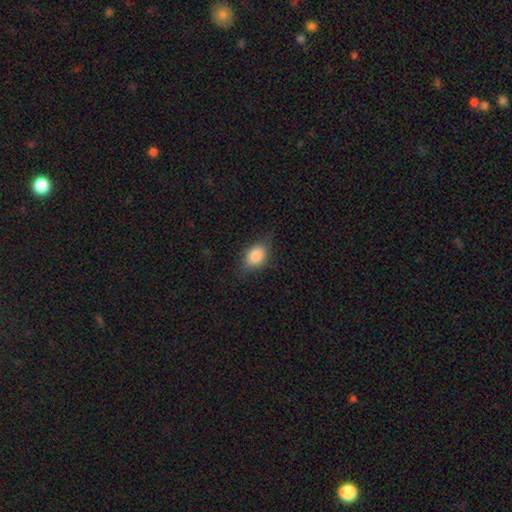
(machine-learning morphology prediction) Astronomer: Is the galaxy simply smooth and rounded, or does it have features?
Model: smooth — 77%.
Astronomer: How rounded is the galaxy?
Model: in between — 76%.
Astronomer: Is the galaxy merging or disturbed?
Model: none — 69%.